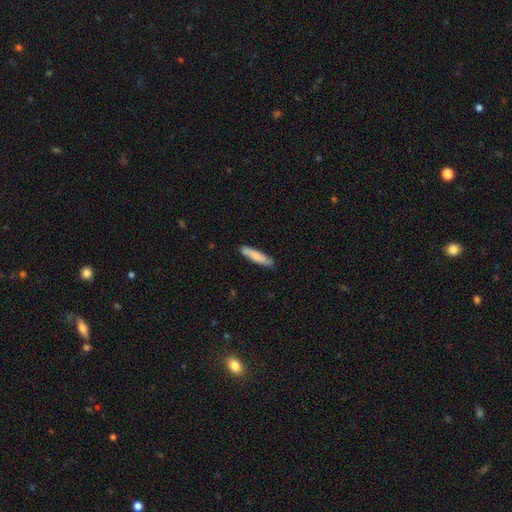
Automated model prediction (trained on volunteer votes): smooth_or_featured: smooth (p=0.81) [alt: featured or disk p=0.14]
how_rounded: cigar-shaped (p=0.83) [alt: in between p=0.16]
merging: none (p=0.87) [alt: minor disturbance p=0.10]